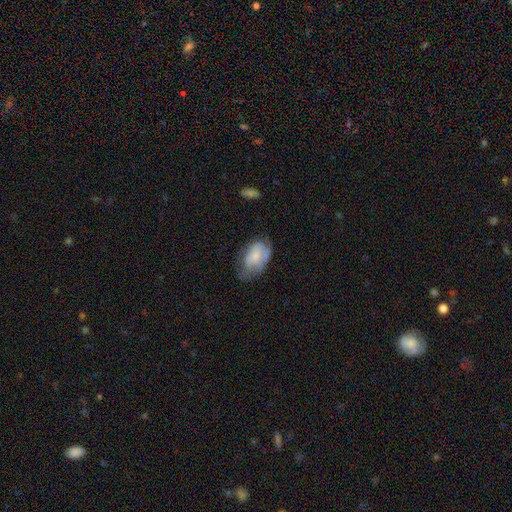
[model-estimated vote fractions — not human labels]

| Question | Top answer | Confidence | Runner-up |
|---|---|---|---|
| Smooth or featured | smooth | 59% | featured or disk (34%) |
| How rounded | in between | 91% | round (8%) |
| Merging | none | 42% | minor disturbance (37%) |